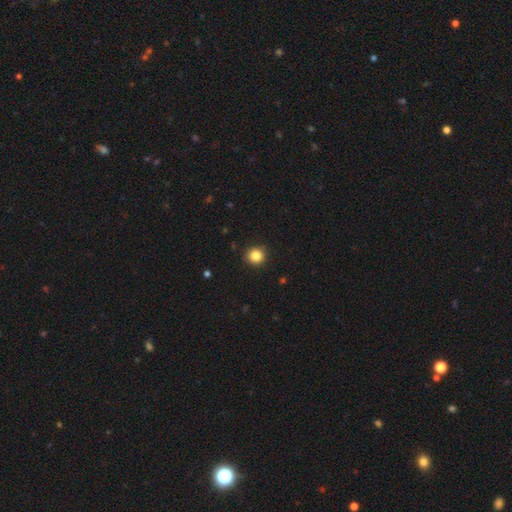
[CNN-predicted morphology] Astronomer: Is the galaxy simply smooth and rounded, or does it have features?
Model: smooth — 85%.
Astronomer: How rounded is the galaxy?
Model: round — 93%.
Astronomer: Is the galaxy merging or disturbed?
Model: none — 92%.